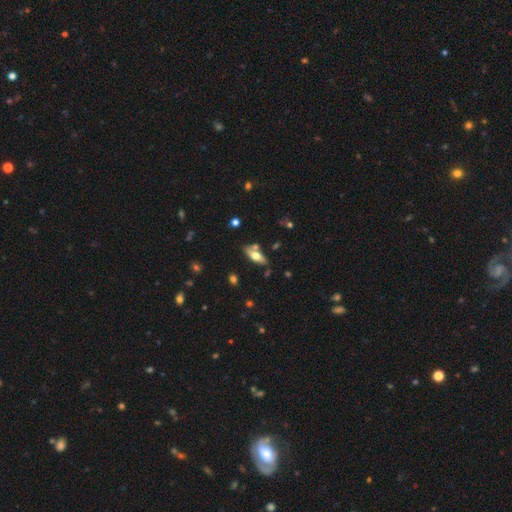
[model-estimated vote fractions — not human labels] smooth-or-featured: smooth: 56% | featured or disk: 37% | star or artifact: 7%
  how-rounded: in between: 68% | cigar-shaped: 29% | round: 3%
  merging: none: 71% | minor disturbance: 14% | merger: 11% | major disturbance: 4%